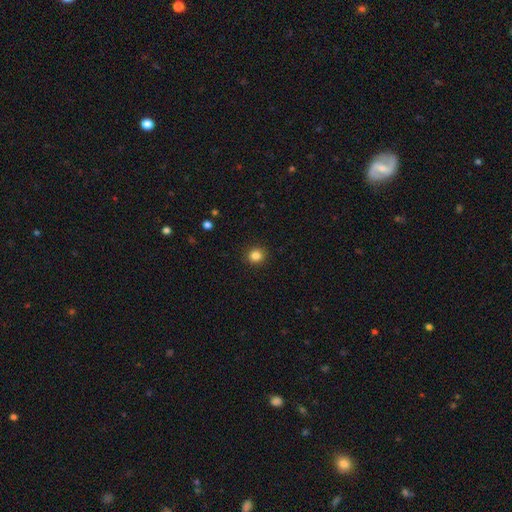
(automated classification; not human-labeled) Smooth or featured? smooth (84%)
How rounded? round (89%)
Merging? none (92%)